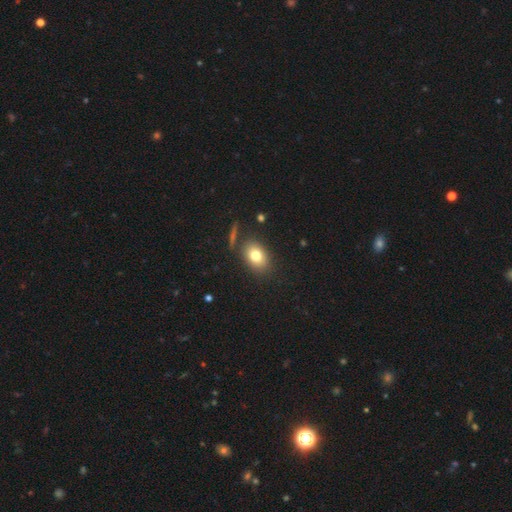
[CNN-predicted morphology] Smooth or featured?
  - smooth: 77% *
  - featured or disk: 12%
  - star or artifact: 10%
How rounded?
  - in between: 73% *
  - round: 26%
  - cigar-shaped: 2%
Merging?
  - none: 81% *
  - minor disturbance: 11%
  - merger: 5%
  - major disturbance: 4%